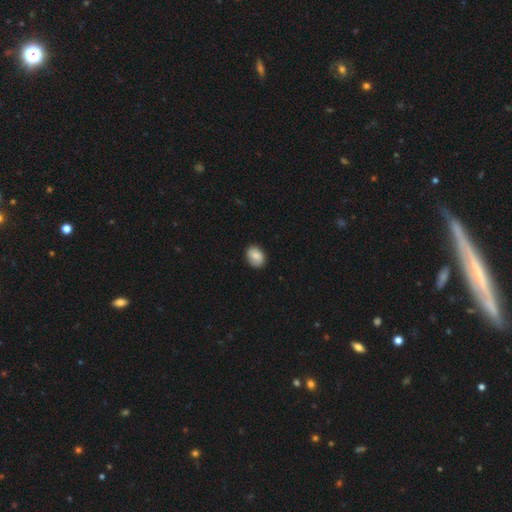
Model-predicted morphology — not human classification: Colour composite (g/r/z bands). It shows a smooth galaxy with no disk features (81%) that is in between round and cigar-shaped (65%). Merging: none (84%).